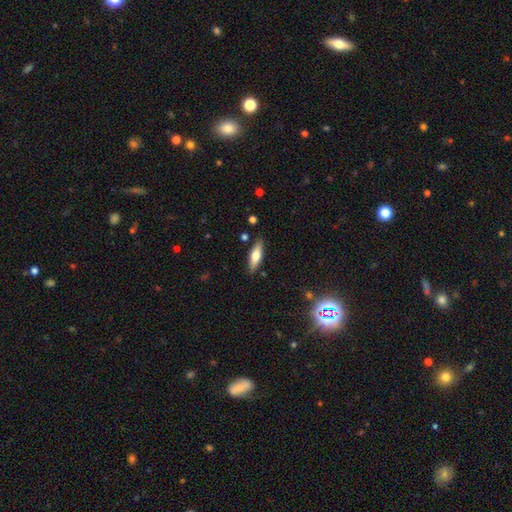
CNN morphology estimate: Smooth or featured?
  - smooth: 62% *
  - featured or disk: 31%
  - star or artifact: 7%
How rounded?
  - in between: 49% * (tied)
  - cigar-shaped: 49% * (tied)
  - round: 2%
Merging?
  - none: 86% *
  - minor disturbance: 10%
  - major disturbance: 2%
  - merger: 2%